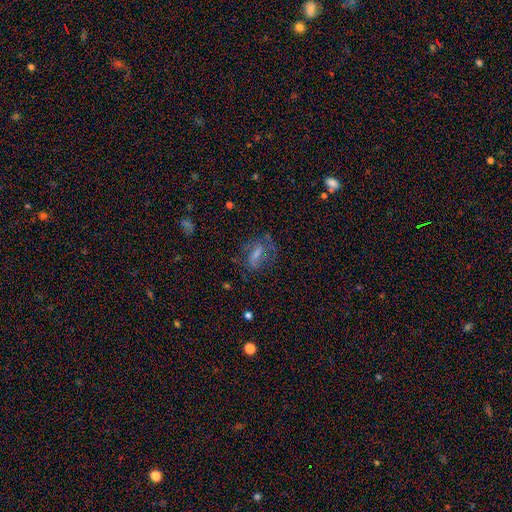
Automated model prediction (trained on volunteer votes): smooth_or_featured: featured or disk (p=0.40) [alt: smooth p=0.37]
merging: none (p=0.61) [alt: minor disturbance p=0.19]